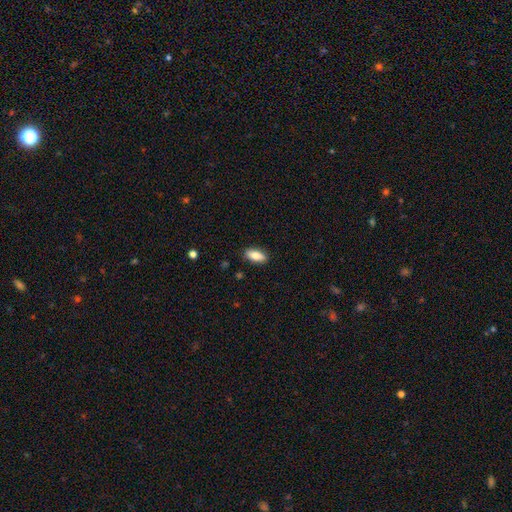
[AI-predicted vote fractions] The model was most divided on "smooth or featured": smooth: 79%, featured or disk: 14%, star or artifact: 7%. More confident: merging — none (88%); how rounded — in between (85%).